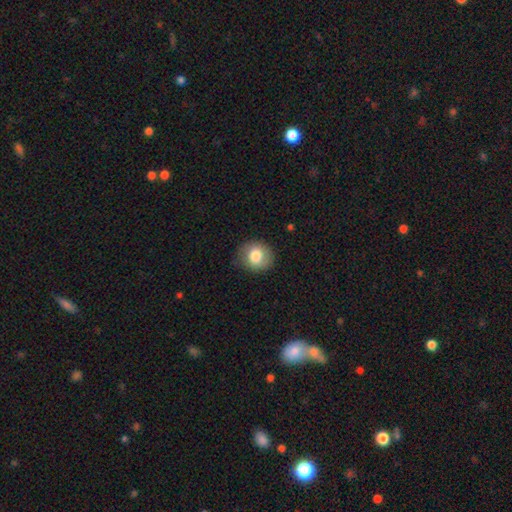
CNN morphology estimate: A smooth galaxy with no disk features (81%) that is round (83%).

Vote fractions:
- Smooth or featured? smooth: 81% / featured or disk: 11% / star or artifact: 8%
- How rounded? round: 83% / in between: 16% / cigar-shaped: 1%
- Merging? none: 81% / minor disturbance: 14% / major disturbance: 4% / merger: 1%